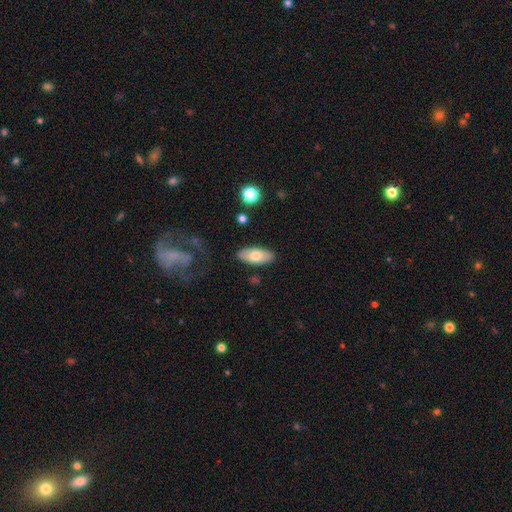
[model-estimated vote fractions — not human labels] Smooth or featured? Predicted: smooth (p=0.70). How rounded? Predicted: in between (p=0.89). Merging? Predicted: none (p=0.86).